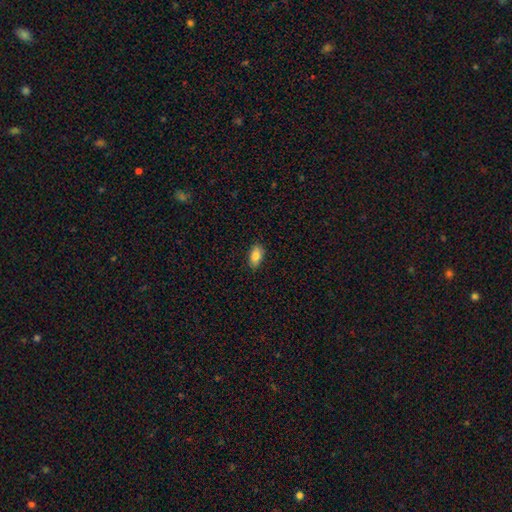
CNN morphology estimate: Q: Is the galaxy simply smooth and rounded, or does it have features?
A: smooth — 83%.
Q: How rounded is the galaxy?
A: in between — 91%.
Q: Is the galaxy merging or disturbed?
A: none — 85%.